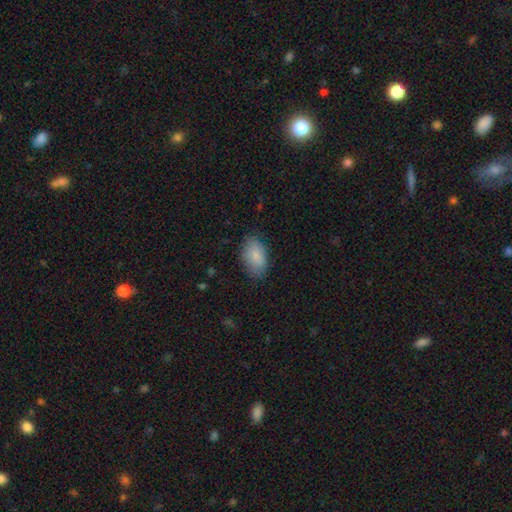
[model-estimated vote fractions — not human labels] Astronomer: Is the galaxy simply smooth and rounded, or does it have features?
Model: smooth — 83%.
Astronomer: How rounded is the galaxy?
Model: in between — 93%.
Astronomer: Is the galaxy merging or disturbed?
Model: none — 79%.